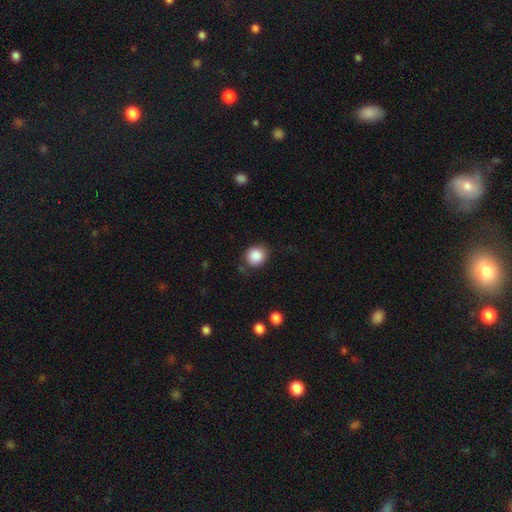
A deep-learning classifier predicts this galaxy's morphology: type=smooth (87%); roundness=round (85%); merging=none (80%).